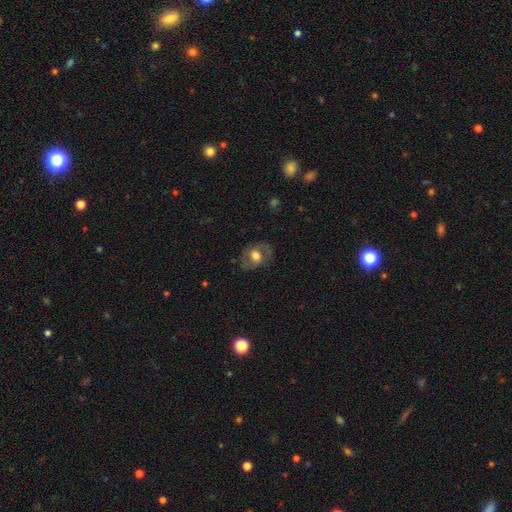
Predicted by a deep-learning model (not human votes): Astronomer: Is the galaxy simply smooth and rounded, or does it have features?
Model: smooth — 50% (runner-up: featured or disk, 41%).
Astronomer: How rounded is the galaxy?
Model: in between — 55% (runner-up: round, 44%).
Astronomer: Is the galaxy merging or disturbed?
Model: none — 70%.